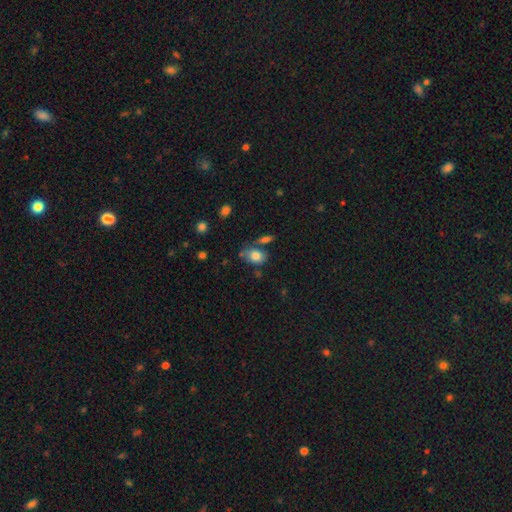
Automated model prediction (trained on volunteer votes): A smooth galaxy with no disk features (80%) that is in between round and cigar-shaped (78%). Merging: none (53%).